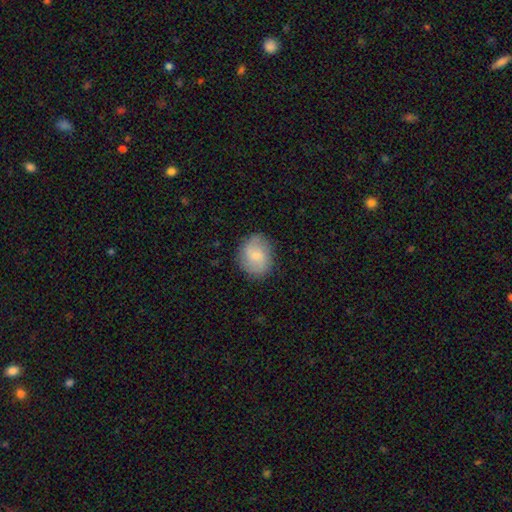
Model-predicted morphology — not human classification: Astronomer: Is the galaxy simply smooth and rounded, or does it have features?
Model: smooth — 53% (runner-up: featured or disk, 40%).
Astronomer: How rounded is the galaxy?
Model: round — 63%.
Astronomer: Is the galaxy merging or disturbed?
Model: none — 82%.